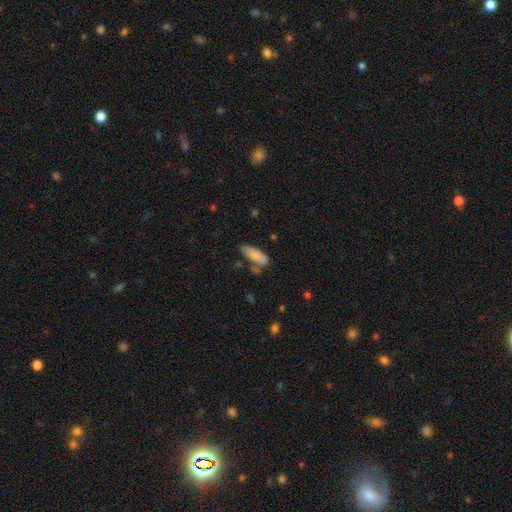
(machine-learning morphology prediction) Smooth or featured? smooth (82%)
How rounded? in between (65%)
Merging? none (55%)